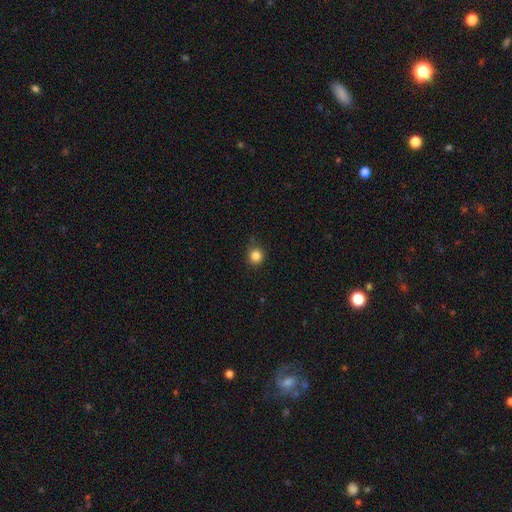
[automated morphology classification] A smooth galaxy with no disk features (84%) that is round (92%).

Vote fractions:
- Smooth or featured? smooth: 84% / star or artifact: 12% / featured or disk: 4%
- How rounded? round: 92% / in between: 7% / cigar-shaped: 1%
- Merging? none: 84% / minor disturbance: 12% / major disturbance: 2% / merger: 1%